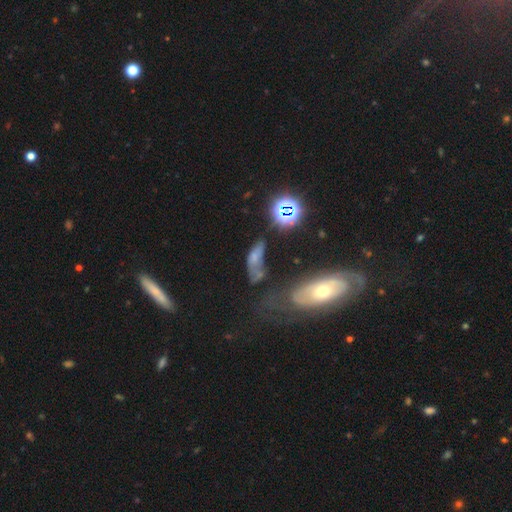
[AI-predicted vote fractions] Overall: smooth (42%; featured or disk 33%). Merging: none (40%; minor disturbance 22%).